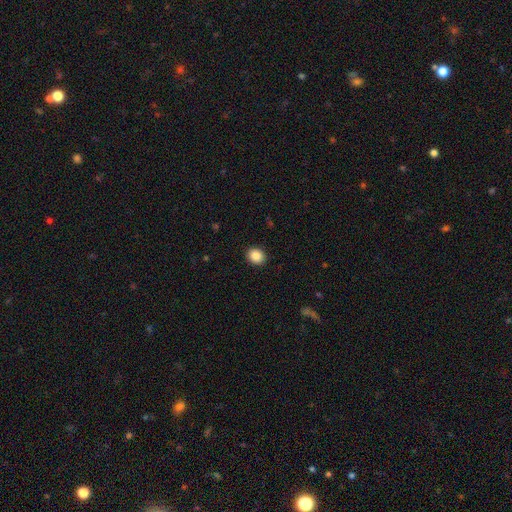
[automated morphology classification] The model was most divided on "how rounded": round: 64%, in between: 35%, cigar-shaped: 1%. More confident: merging — none (91%); smooth or featured — smooth (88%).